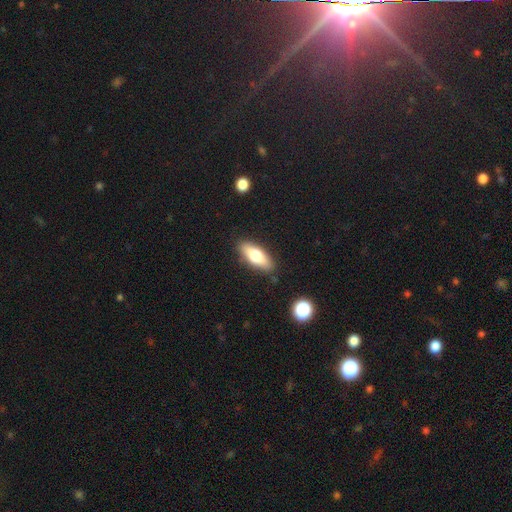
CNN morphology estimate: smooth-or-featured: smooth: 68% | featured or disk: 25% | star or artifact: 7%
  how-rounded: in between: 67% | cigar-shaped: 30% | round: 3%
  merging: none: 85% | minor disturbance: 11% | major disturbance: 2% | merger: 2%